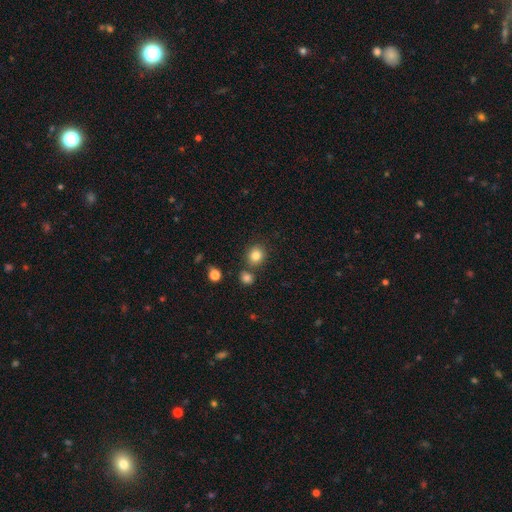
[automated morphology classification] Smooth or featured: smooth — 82% (star or artifact — 12%)
How rounded: round — 82% (in between — 18%)
Merging: none — 75% (merger — 13%)